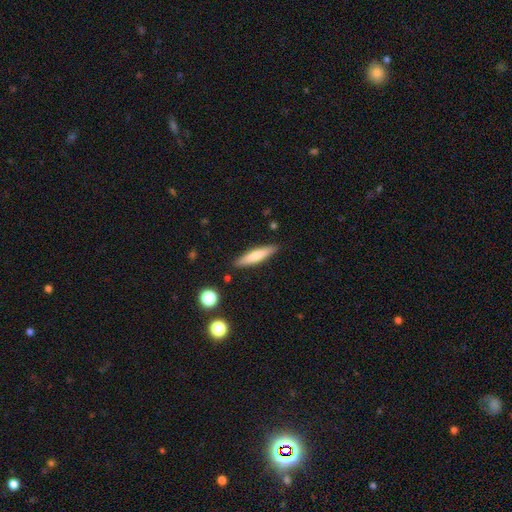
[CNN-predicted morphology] The model was most divided on "smooth or featured": smooth: 68%, featured or disk: 26%, star or artifact: 6%. More confident: merging — none (88%); how rounded — cigar-shaped (82%).